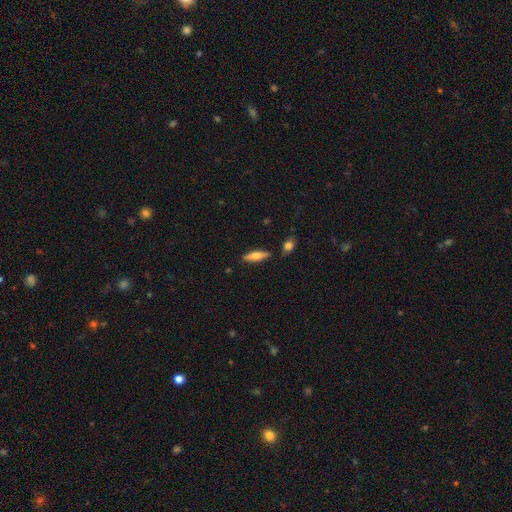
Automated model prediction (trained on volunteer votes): Smooth or featured?
  - smooth: 62% *
  - featured or disk: 31%
  - star or artifact: 6%
How rounded?
  - cigar-shaped: 60% *
  - in between: 38%
  - round: 2%
Merging?
  - none: 82% *
  - minor disturbance: 11%
  - merger: 5%
  - major disturbance: 2%